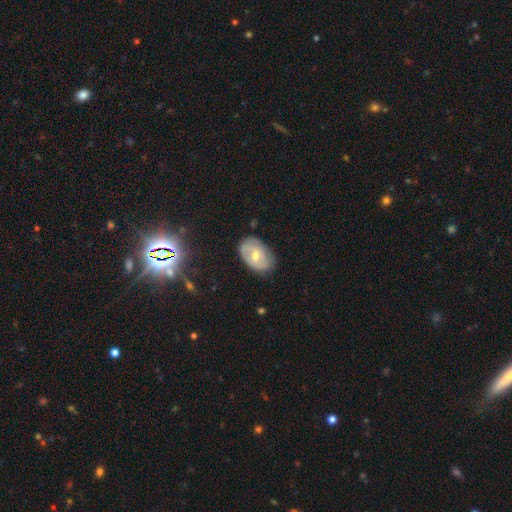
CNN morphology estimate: Smooth or featured?
  - featured or disk: 50% *
  - smooth: 39%
  - star or artifact: 10%
Edge-on disk?
  - no: 92% *
  - yes: 8%
Merging?
  - none: 76% *
  - minor disturbance: 19%
  - major disturbance: 4%
  - merger: 1%